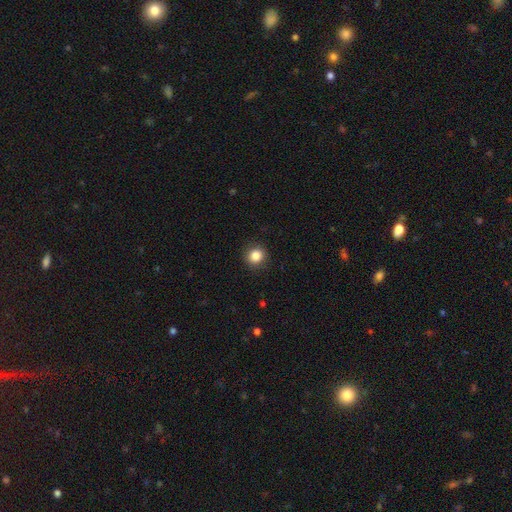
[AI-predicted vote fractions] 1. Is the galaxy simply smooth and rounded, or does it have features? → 85% smooth, 10% star or artifact, 5% featured or disk.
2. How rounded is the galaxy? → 90% round, 10% in between, 1% cigar-shaped.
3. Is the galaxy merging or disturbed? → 90% none, 7% minor disturbance, 2% major disturbance, 1% merger.